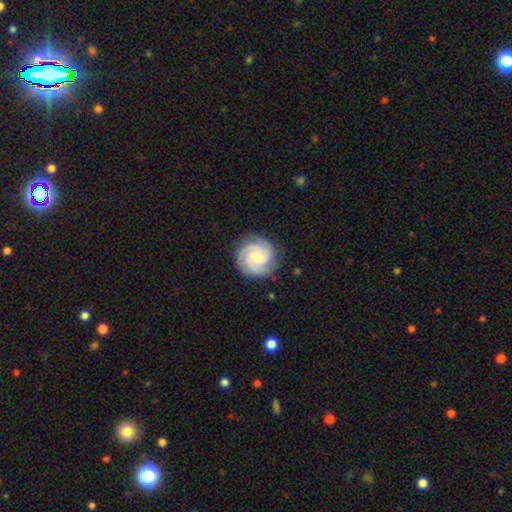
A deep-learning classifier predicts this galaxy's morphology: Q: Smooth or featured?
A: featured or disk (85%); runner-up: smooth (10%)
Q: Edge-on disk?
A: no (98%); runner-up: yes (2%)
Q: Bar?
A: no (70%); runner-up: weak (25%)
Q: Spiral arms?
A: yes (98%); runner-up: no (2%)
Q: Spiral winding?
A: tight (72%); runner-up: medium (25%)
Q: Spiral arm count?
A: 3 (59%); runner-up: 4 (14%)
Q: Bulge size?
A: small (49%); runner-up: moderate (45%)
Q: Merging?
A: none (86%); runner-up: minor disturbance (10%)